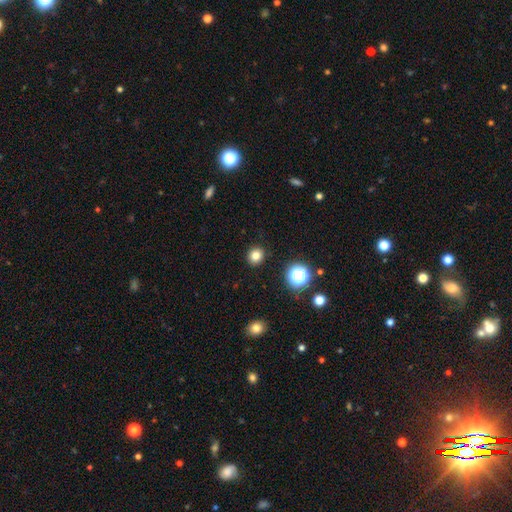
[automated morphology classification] The model was most divided on "smooth or featured": smooth: 80%, star or artifact: 14%, featured or disk: 5%. More confident: merging — none (91%); how rounded — round (83%).